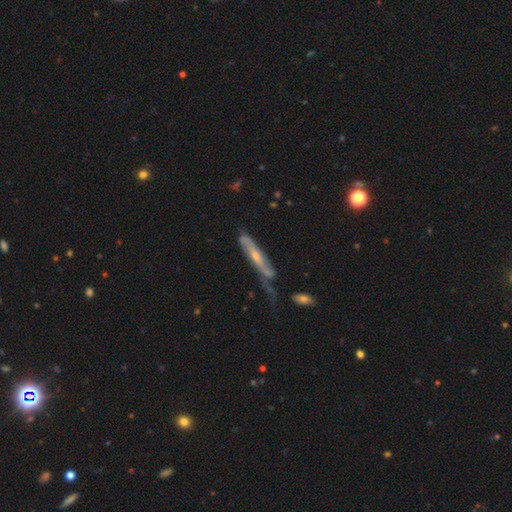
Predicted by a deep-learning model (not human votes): Q: Smooth or featured?
A: featured or disk (64%); runner-up: smooth (28%)
Q: Edge-on disk?
A: yes (61%); runner-up: no (39%)
Q: Merging?
A: none (38%); runner-up: minor disturbance (29%)